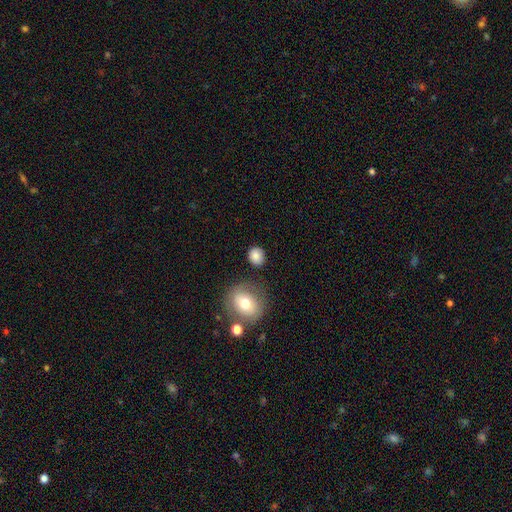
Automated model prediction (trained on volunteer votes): A smooth galaxy with no disk features (84%) that is round (76%).

Vote fractions:
- Smooth or featured? smooth: 84% / star or artifact: 9% / featured or disk: 6%
- How rounded? round: 76% / in between: 23% / cigar-shaped: 1%
- Merging? none: 81% / minor disturbance: 11% / merger: 4% / major disturbance: 4%